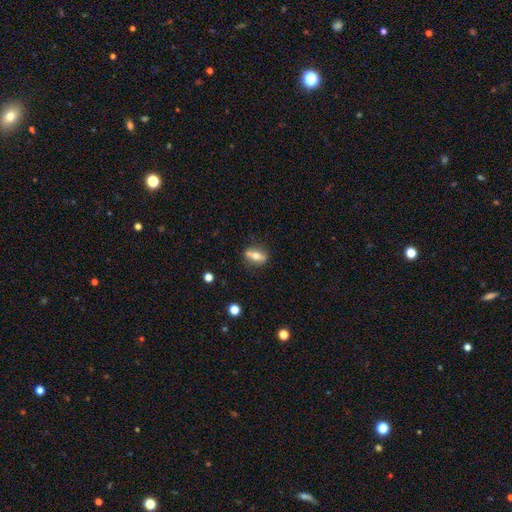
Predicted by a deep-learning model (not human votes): smooth_or_featured: smooth (p=0.49) [alt: featured or disk p=0.42]
merging: none (p=0.79) [alt: minor disturbance p=0.13]